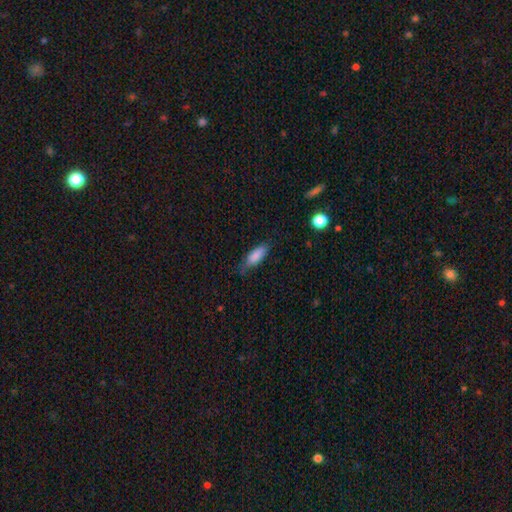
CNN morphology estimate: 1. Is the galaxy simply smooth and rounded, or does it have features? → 85% smooth, 8% featured or disk, 7% star or artifact.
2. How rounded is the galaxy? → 70% in between, 28% cigar-shaped, 2% round.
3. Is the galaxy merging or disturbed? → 66% none, 27% minor disturbance, 6% major disturbance, 2% merger.